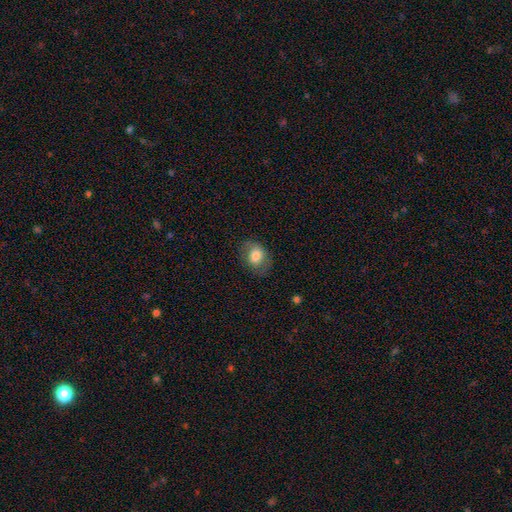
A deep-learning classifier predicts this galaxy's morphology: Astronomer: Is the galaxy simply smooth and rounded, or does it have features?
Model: smooth — 71%.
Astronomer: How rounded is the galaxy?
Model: in between — 63%.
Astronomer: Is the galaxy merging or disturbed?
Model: none — 71%.